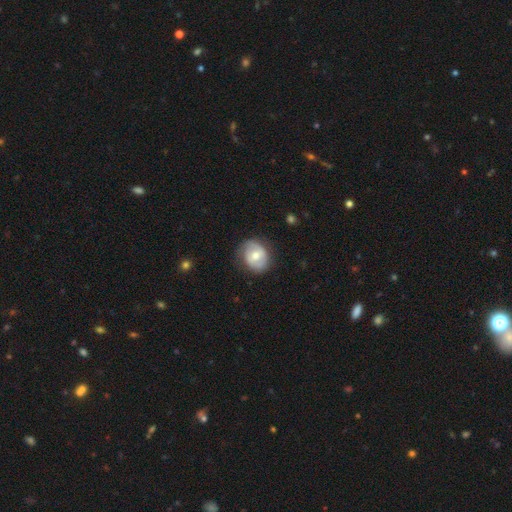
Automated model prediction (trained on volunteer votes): A smooth galaxy with no disk features (51%) that is round (60%).

Vote fractions:
- Smooth or featured? smooth: 51% / featured or disk: 43% / star or artifact: 7%
- How rounded? round: 60% / in between: 39% / cigar-shaped: 1%
- Merging? none: 74% / minor disturbance: 19% / major disturbance: 6% / merger: 1%